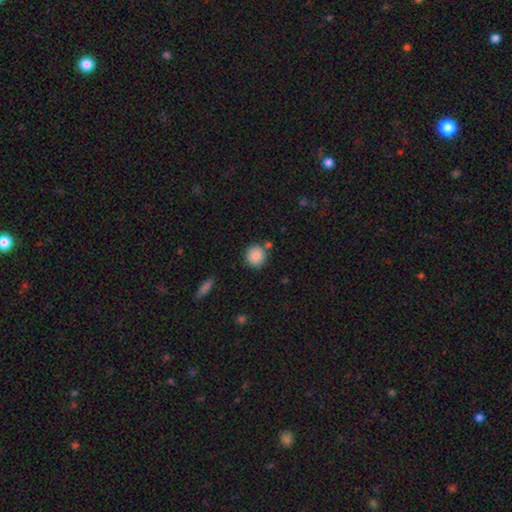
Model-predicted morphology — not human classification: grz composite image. It shows a smooth galaxy with no disk features (88%) that is round (89%). Merging: none (79%).